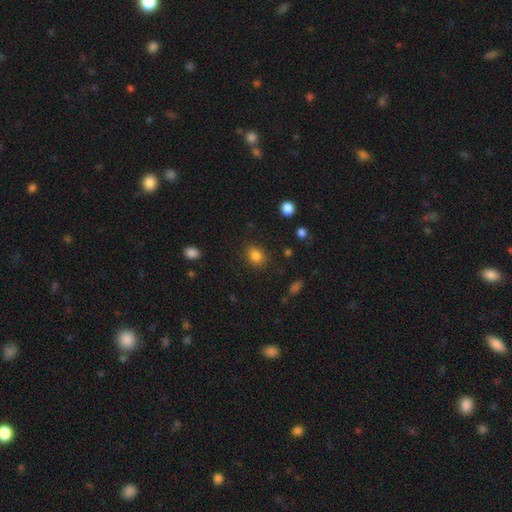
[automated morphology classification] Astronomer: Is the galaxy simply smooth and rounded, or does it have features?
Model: smooth — 83%.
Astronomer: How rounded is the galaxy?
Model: round — 52% (runner-up: in between, 47%).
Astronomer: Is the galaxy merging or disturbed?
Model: none — 85%.